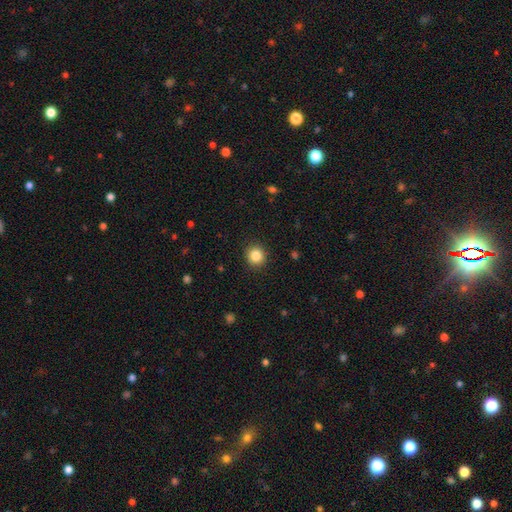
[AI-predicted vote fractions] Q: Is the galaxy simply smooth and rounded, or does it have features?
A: smooth — 85%.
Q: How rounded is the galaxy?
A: round — 92%.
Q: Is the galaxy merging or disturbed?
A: none — 92%.